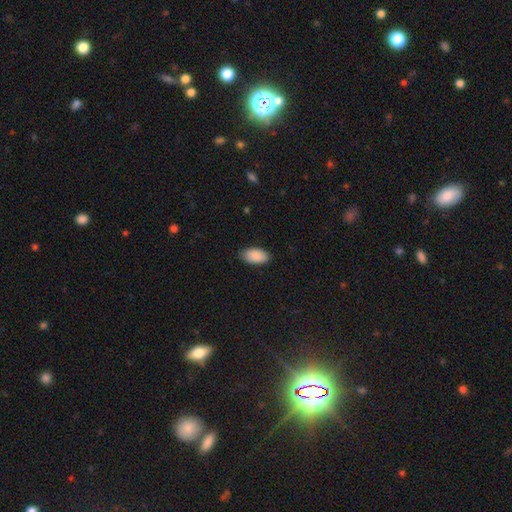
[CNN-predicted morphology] Smooth or featured?
  - smooth: 91% *
  - star or artifact: 6%
  - featured or disk: 3%
How rounded?
  - in between: 95% *
  - round: 3%
  - cigar-shaped: 2%
Merging?
  - none: 86% *
  - minor disturbance: 11%
  - major disturbance: 2%
  - merger: 1%